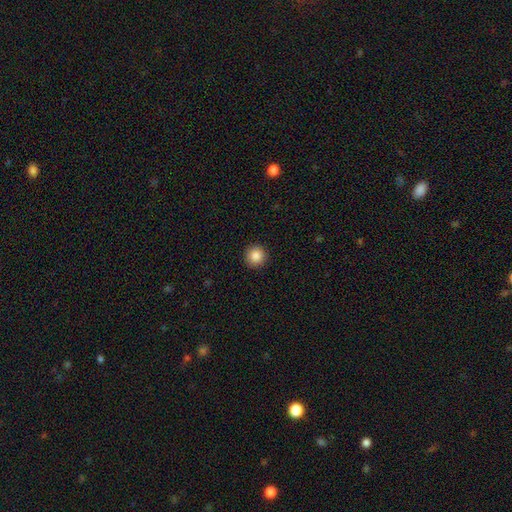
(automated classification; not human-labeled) Smooth or featured: smooth — 87% (star or artifact — 9%)
How rounded: round — 95% (in between — 4%)
Merging: none — 92% (minor disturbance — 5%)